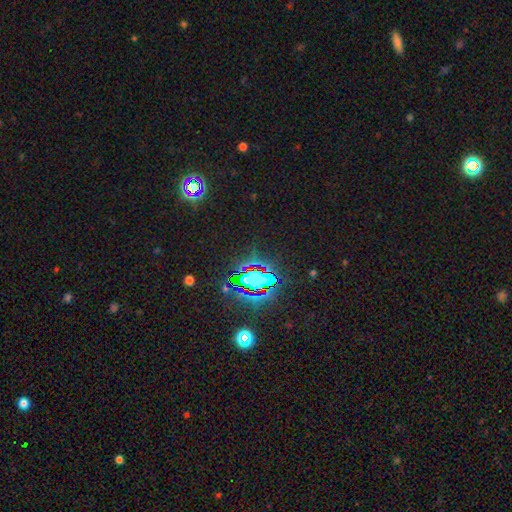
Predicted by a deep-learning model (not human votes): Morphology: type=star or artifact (82%).